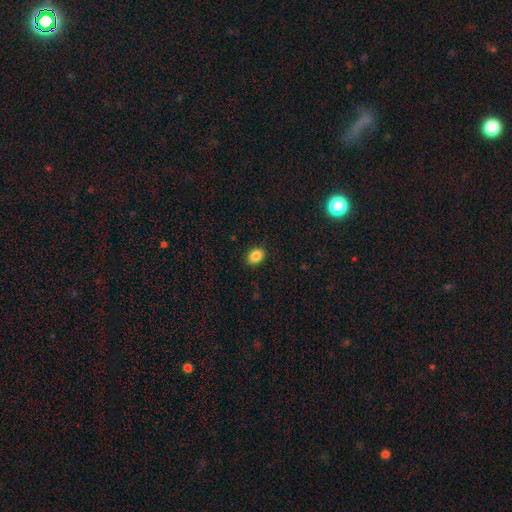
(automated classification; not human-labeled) A smooth galaxy with no disk features (86%) that is in between round and cigar-shaped (70%). Merging: none (88%).